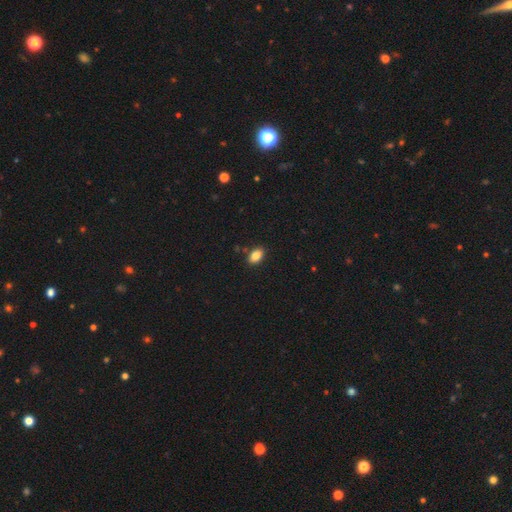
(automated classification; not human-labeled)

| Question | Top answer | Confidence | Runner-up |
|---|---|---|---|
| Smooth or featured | smooth | 85% | star or artifact (9%) |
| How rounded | in between | 90% | round (9%) |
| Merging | none | 87% | minor disturbance (9%) |